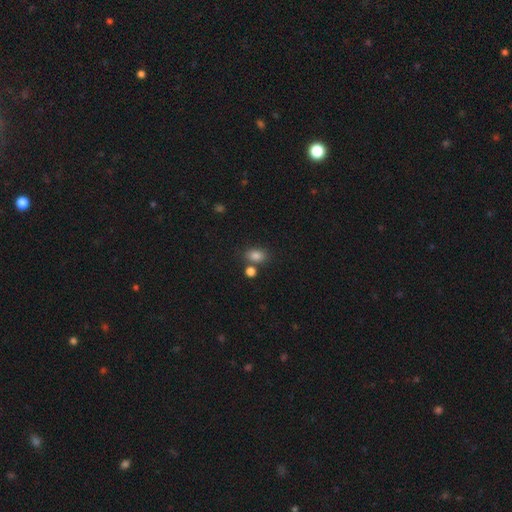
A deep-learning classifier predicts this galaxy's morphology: Overall: smooth (83%). How rounded: in between (72%). Merging: none (68%).